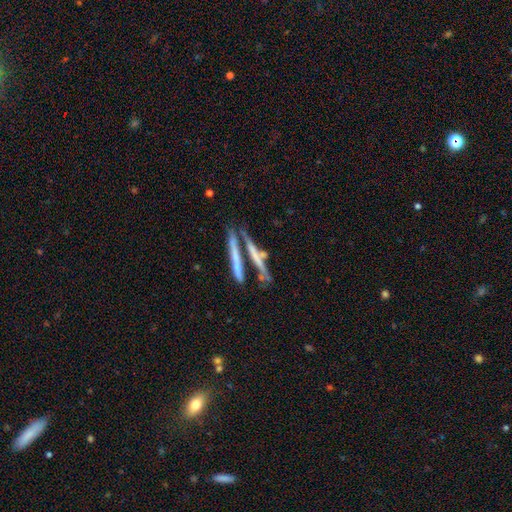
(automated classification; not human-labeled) Smooth or featured: featured or disk — 53% (smooth — 38%)
Edge-on disk: yes — 86% (no — 14%)
Merging: none — 55% (merger — 27%)